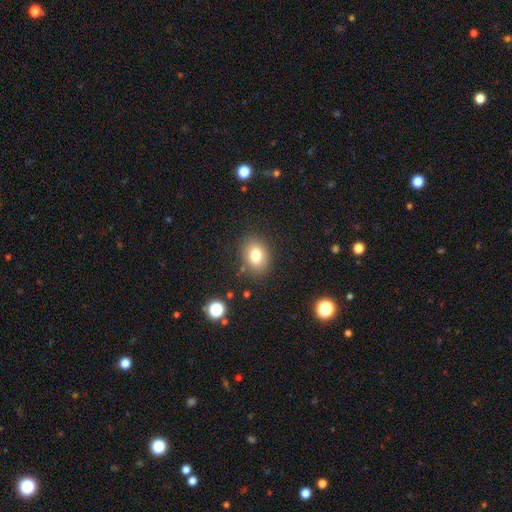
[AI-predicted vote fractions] This appears to be a smooth galaxy with no disk features (79%) that is in between round and cigar-shaped (67%). Merging: none (83%).